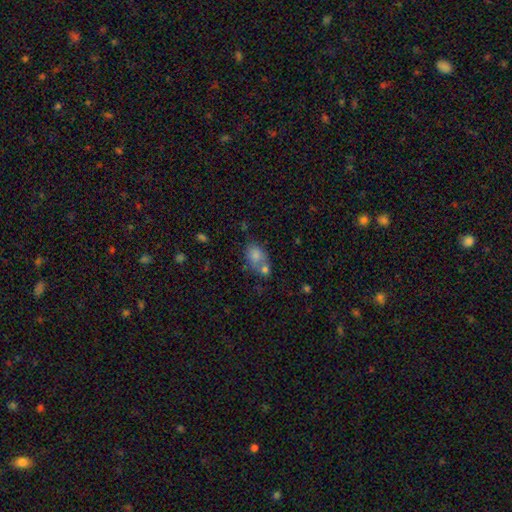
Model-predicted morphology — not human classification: Q: Smooth or featured?
A: smooth (78%); runner-up: featured or disk (12%)
Q: How rounded?
A: in between (74%); runner-up: round (24%)
Q: Merging?
A: none (39%); tied with: merger (39%)